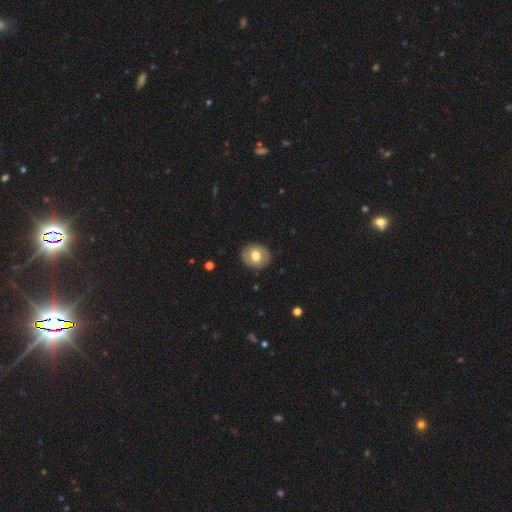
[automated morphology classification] This is likely a smooth galaxy (65%). How rounded: likely round (68%). Merging: clearly none (88%).